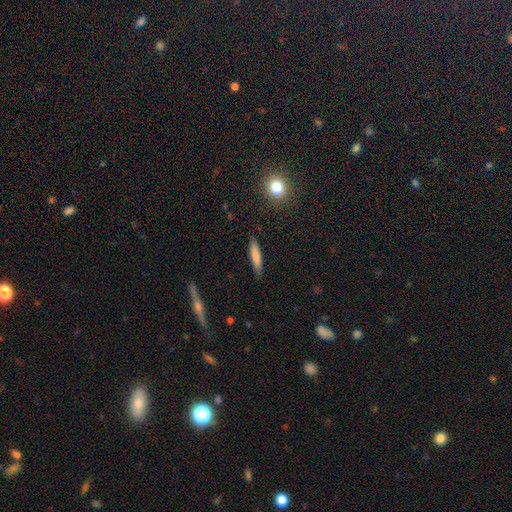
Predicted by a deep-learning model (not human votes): Q: Smooth or featured?
A: smooth (77%); runner-up: featured or disk (16%)
Q: How rounded?
A: cigar-shaped (86%); runner-up: in between (12%)
Q: Merging?
A: none (86%); runner-up: minor disturbance (11%)